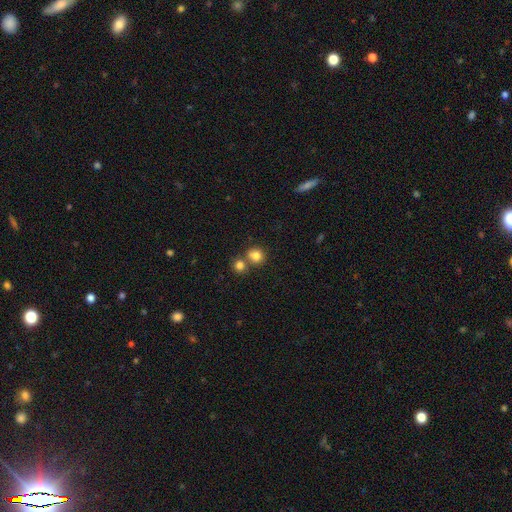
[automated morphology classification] Smooth or featured? smooth (82%)
How rounded? round (84%)
Merging? none (56%)